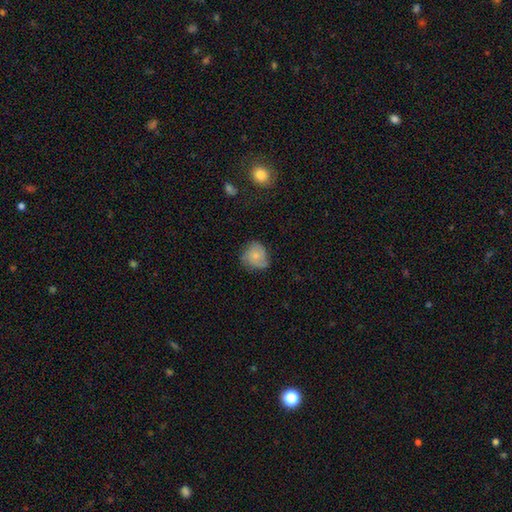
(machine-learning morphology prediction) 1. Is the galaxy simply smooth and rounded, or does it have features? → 65% smooth, 27% featured or disk, 8% star or artifact.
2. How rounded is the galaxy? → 75% round, 24% in between, 1% cigar-shaped.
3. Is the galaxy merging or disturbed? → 59% none, 31% minor disturbance, 9% major disturbance, 1% merger.